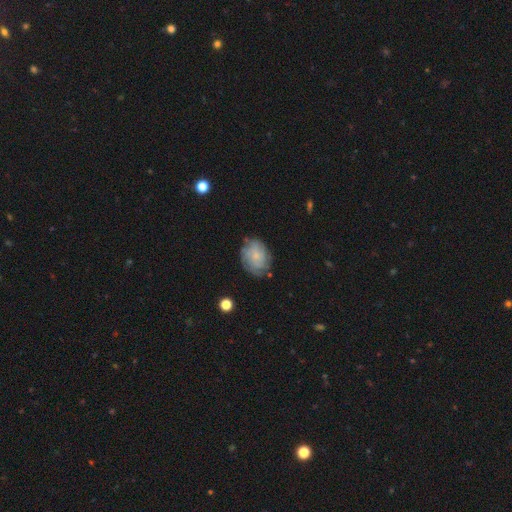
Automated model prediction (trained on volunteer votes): A smooth galaxy with no disk features (47%).

Vote fractions:
- Smooth or featured? smooth: 47% / featured or disk: 44% / star or artifact: 9%
- Merging? none: 67% / minor disturbance: 23% / major disturbance: 8% / merger: 2%